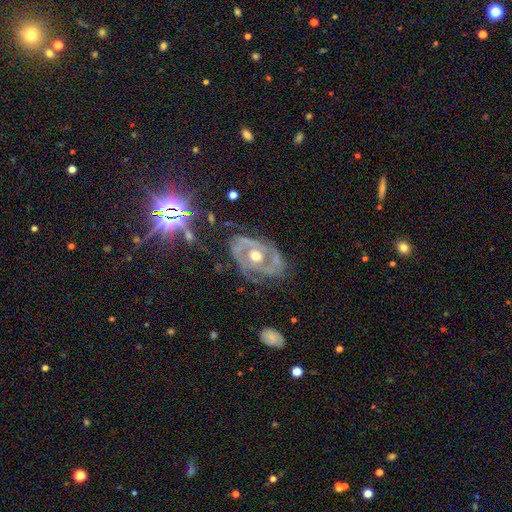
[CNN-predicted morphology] This appears to be a featured or disk galaxy (84%) with no bar (75%), 2 (50%) tight (47%) spiral arms (79%) and a moderate central bulge (78%). Merging: none (59%).